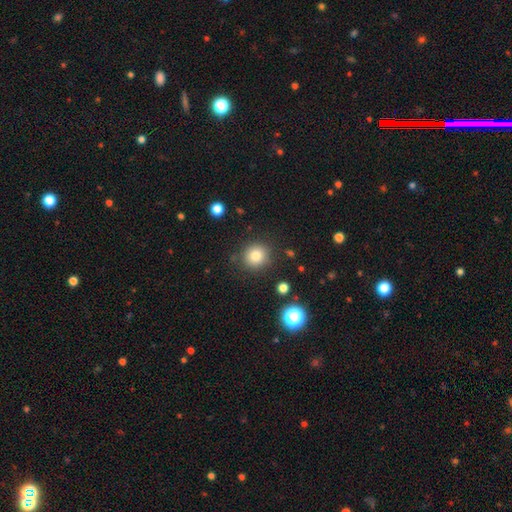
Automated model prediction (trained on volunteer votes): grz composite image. It shows a smooth galaxy with no disk features (81%) that is round (90%). Merging: none (86%).